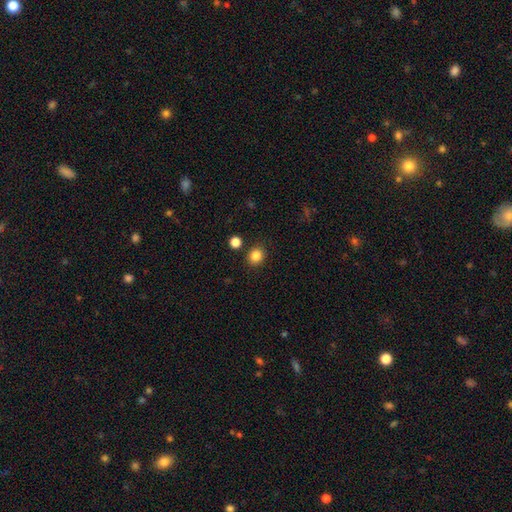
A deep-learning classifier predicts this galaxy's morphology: This appears to be a smooth galaxy with no disk features (84%) that is round (77%). Merging: none (86%).